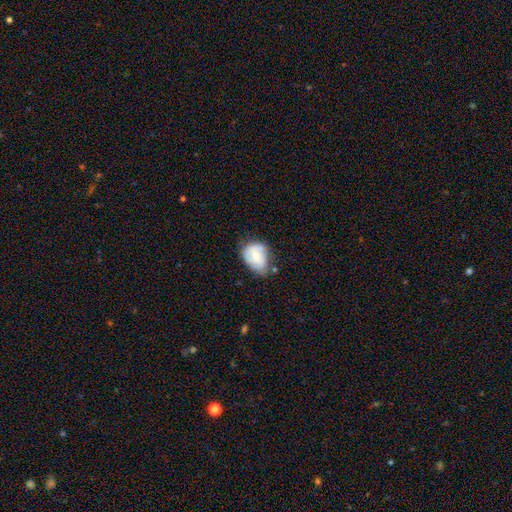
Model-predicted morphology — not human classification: smooth-or-featured: smooth: 61% | featured or disk: 32% | star or artifact: 7%
  how-rounded: in between: 66% | round: 33% | cigar-shaped: 1%
  merging: minor disturbance: 42% | none: 41% | major disturbance: 12% | merger: 5%